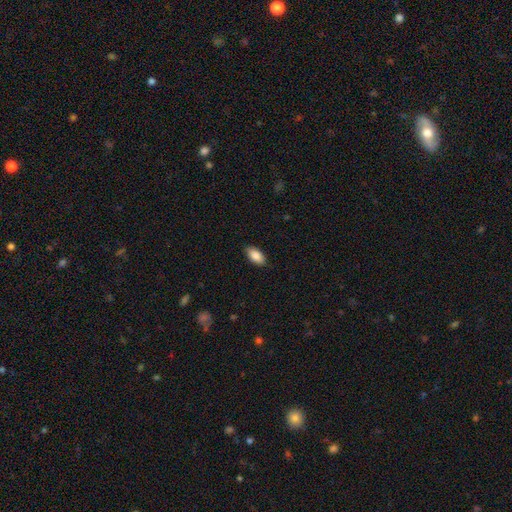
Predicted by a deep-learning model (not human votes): Overall: smooth (87%). How rounded: in between (93%). Merging: none (87%).